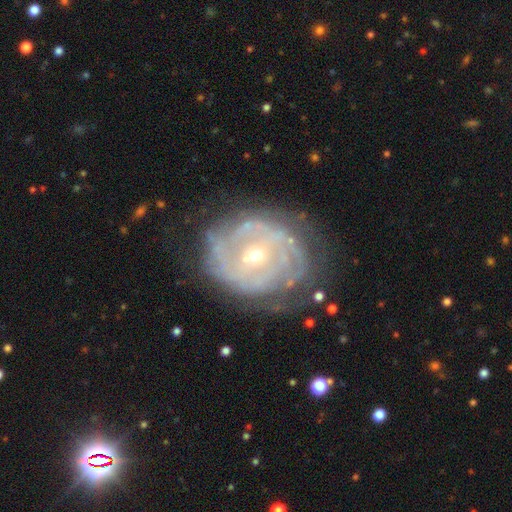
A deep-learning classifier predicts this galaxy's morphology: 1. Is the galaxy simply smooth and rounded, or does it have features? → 80% featured or disk, 13% smooth, 7% star or artifact.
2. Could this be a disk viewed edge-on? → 97% no, 3% yes.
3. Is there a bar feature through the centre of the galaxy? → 60% no, 29% weak, 11% strong.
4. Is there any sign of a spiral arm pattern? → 81% yes, 19% no.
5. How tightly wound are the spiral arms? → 64% tight, 26% medium, 9% loose.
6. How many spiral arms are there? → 44% can't tell, 25% 2, 12% 3, 8% 4, 6% more than 4, 5% 1.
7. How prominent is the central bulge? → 72% small, 24% moderate, 1% large, 1% none, 1% dominant.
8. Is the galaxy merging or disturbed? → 62% none, 22% minor disturbance, 13% major disturbance, 2% merger.